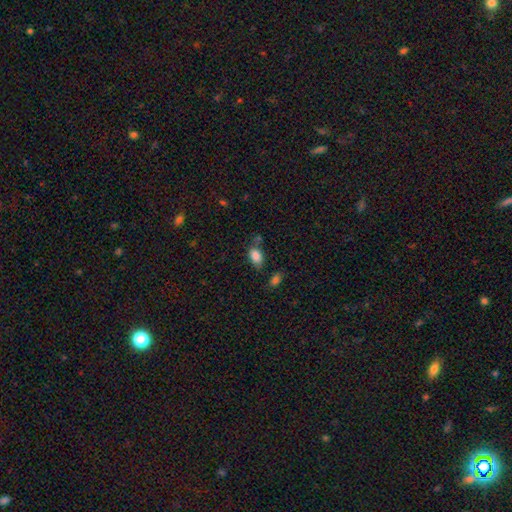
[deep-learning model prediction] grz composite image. It shows a smooth galaxy with no disk features (84%) that is in between round and cigar-shaped (89%). Merging: none (61%).